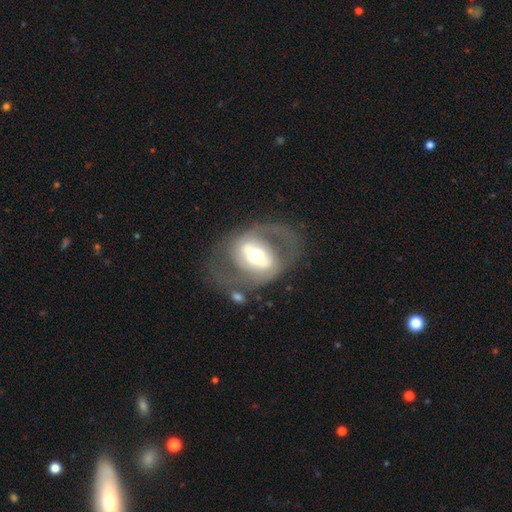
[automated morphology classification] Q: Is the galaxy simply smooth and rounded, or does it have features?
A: featured or disk — 74%.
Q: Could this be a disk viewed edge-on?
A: no — 94%.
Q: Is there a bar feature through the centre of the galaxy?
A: strong — 46%.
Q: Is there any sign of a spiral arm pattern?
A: yes — 59%.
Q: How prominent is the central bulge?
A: moderate — 62%.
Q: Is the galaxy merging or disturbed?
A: none — 64%.